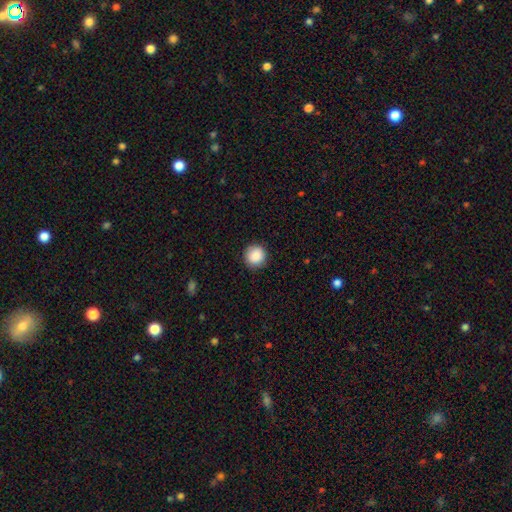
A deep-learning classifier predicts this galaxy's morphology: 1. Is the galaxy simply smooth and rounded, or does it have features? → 89% smooth, 8% star or artifact, 3% featured or disk.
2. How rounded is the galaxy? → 95% round, 4% in between, 1% cigar-shaped.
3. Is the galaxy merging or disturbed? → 91% none, 7% minor disturbance, 2% major disturbance, 1% merger.